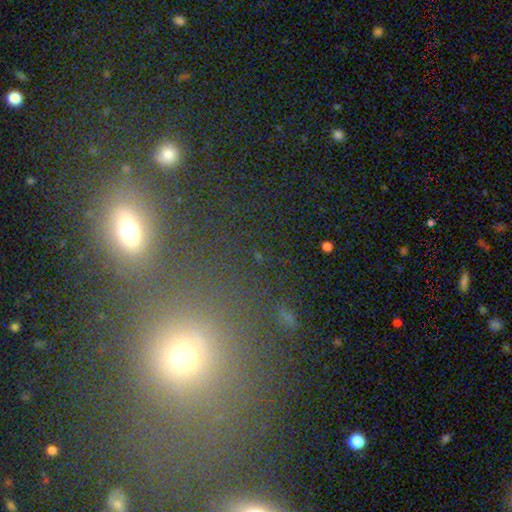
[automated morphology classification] The model was most divided on "smooth or featured": smooth: 48%, star or artifact: 40%, featured or disk: 11%. More confident: merging — none (71%).